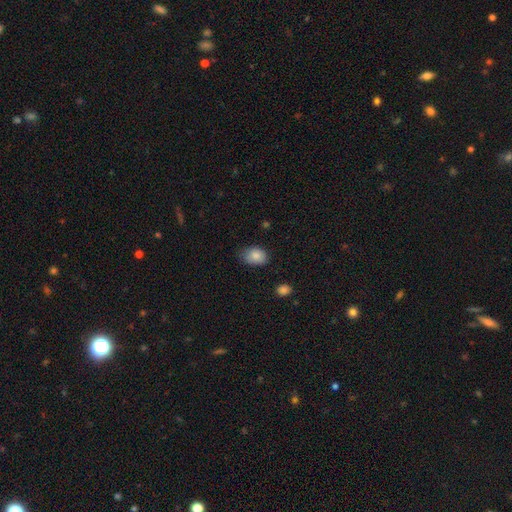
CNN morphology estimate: A smooth galaxy with no disk features (86%) that is in between round and cigar-shaped (74%).

Vote fractions:
- Smooth or featured? smooth: 86% / star or artifact: 8% / featured or disk: 6%
- How rounded? in between: 74% / round: 25% / cigar-shaped: 1%
- Merging? none: 63% / minor disturbance: 29% / major disturbance: 6% / merger: 2%